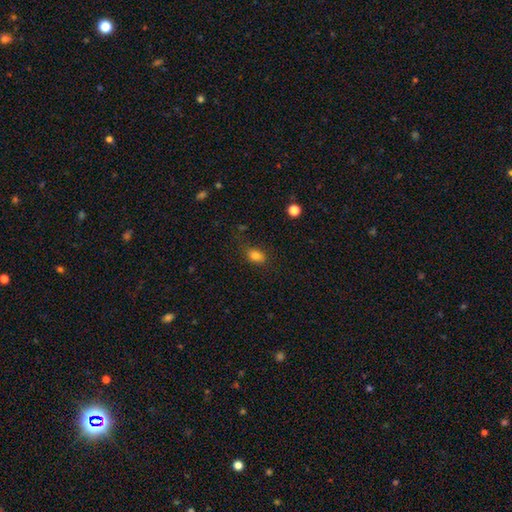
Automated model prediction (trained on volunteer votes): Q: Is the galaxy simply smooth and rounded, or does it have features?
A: smooth — 82%.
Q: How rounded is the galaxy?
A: in between — 76%.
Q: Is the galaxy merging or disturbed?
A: none — 78%.